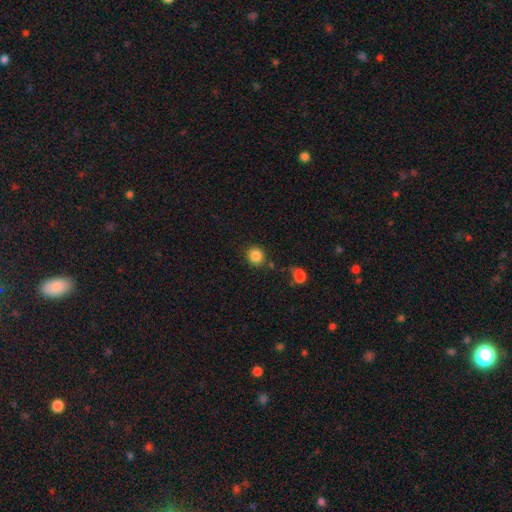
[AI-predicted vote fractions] A smooth galaxy with no disk features (86%) that is round (87%). Merging: none (80%).